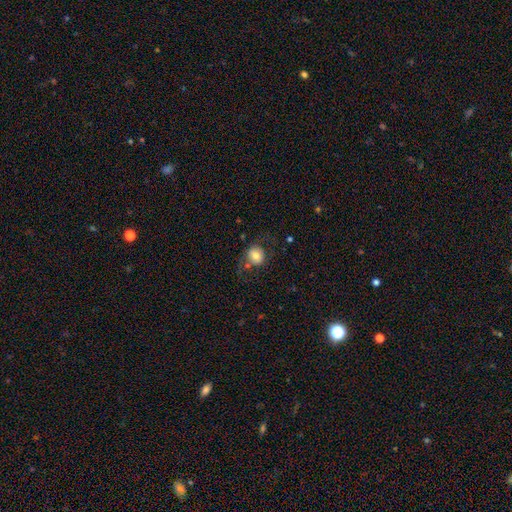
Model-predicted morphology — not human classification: Q: Smooth or featured?
A: smooth (67%); runner-up: featured or disk (23%)
Q: How rounded?
A: round (85%); runner-up: in between (14%)
Q: Merging?
A: none (65%); runner-up: minor disturbance (16%)